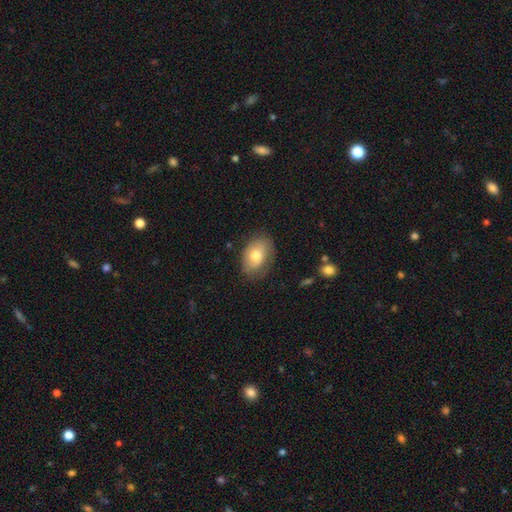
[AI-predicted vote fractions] smooth 70%, featured or disk 23%, star or artifact 7%. Down the decision tree: how rounded — in between (83%); merging — none (72%).